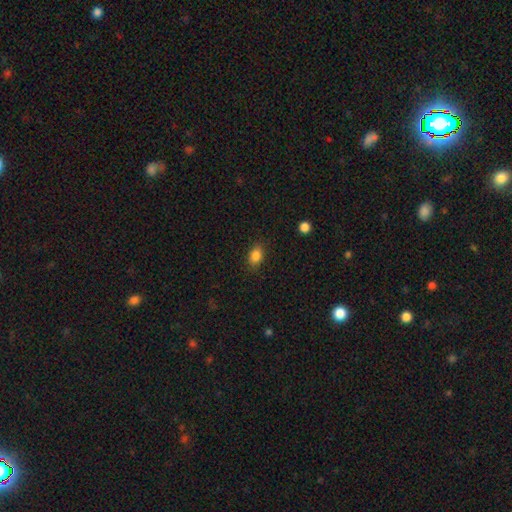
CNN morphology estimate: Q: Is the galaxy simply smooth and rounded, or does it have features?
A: smooth — 86%.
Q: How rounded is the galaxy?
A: in between — 80%.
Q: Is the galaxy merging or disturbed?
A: none — 85%.